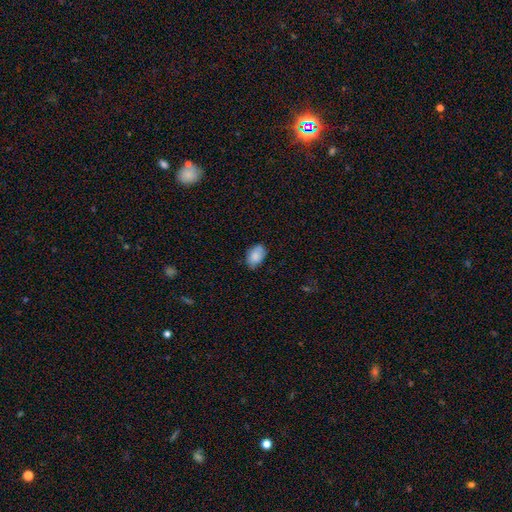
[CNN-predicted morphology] Smooth or featured: smooth — 85% (featured or disk — 8%)
How rounded: in between — 87% (round — 12%)
Merging: none — 73% (minor disturbance — 22%)